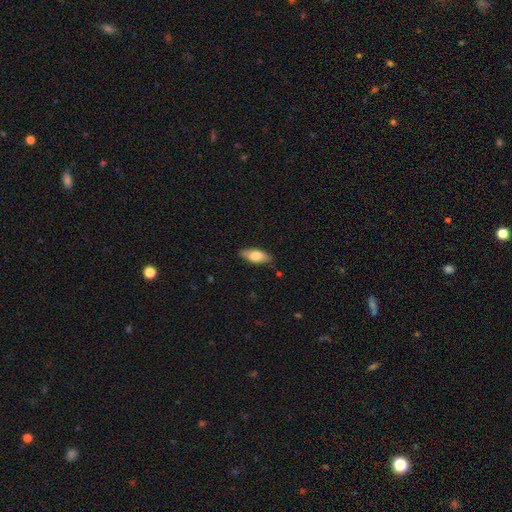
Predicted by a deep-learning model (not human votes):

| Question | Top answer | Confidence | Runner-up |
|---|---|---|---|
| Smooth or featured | smooth | 72% | featured or disk (22%) |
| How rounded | in between | 81% | cigar-shaped (16%) |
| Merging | none | 82% | minor disturbance (15%) |